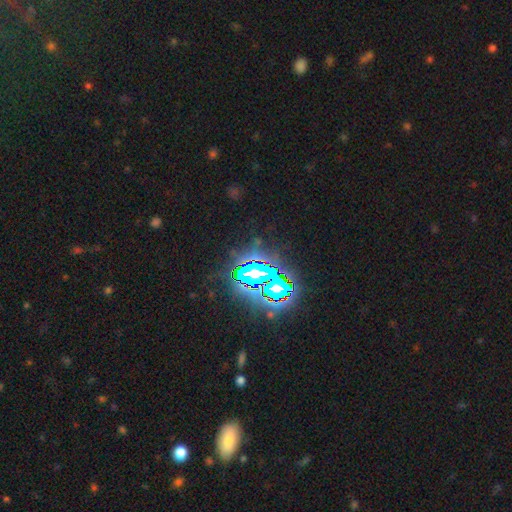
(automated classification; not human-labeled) This appears to be a star or artifact, not a galaxy (81%).